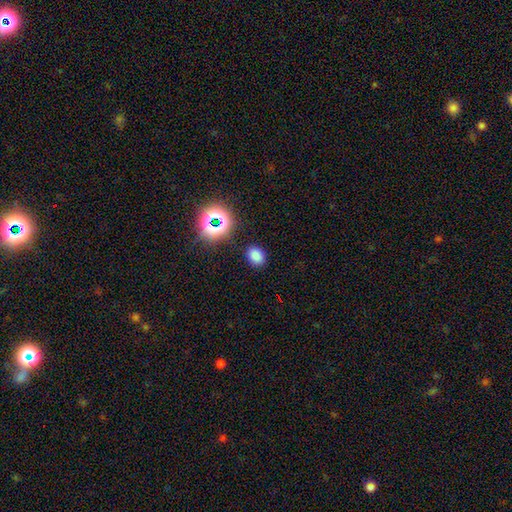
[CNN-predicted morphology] A smooth galaxy with no disk features (77%) that is in between round and cigar-shaped (63%).

Vote fractions:
- Smooth or featured? smooth: 77% / star or artifact: 17% / featured or disk: 5%
- How rounded? in between: 63% / round: 36% / cigar-shaped: 1%
- Merging? none: 86% / minor disturbance: 9% / major disturbance: 3% / merger: 2%